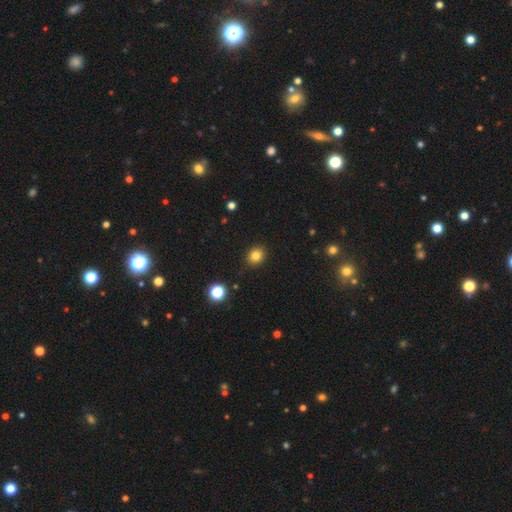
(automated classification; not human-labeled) Smooth or featured? Predicted: smooth (p=0.83). How rounded? Predicted: round (p=0.65). Merging? Predicted: none (p=0.88).